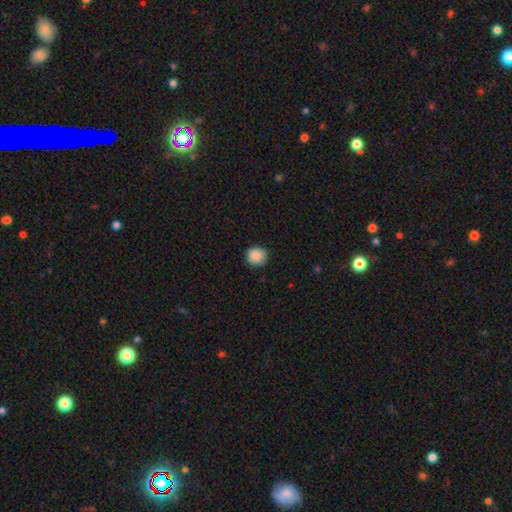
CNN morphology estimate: Smooth or featured: smooth — 89% (star or artifact — 9%)
How rounded: round — 91% (in between — 8%)
Merging: none — 87% (minor disturbance — 10%)